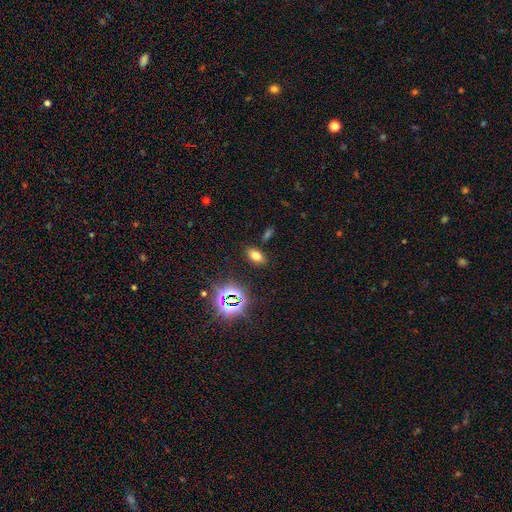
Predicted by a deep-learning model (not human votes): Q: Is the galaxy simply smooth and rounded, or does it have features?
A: smooth — 67%.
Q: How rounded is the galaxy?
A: in between — 88%.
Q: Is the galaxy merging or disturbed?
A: none — 85%.